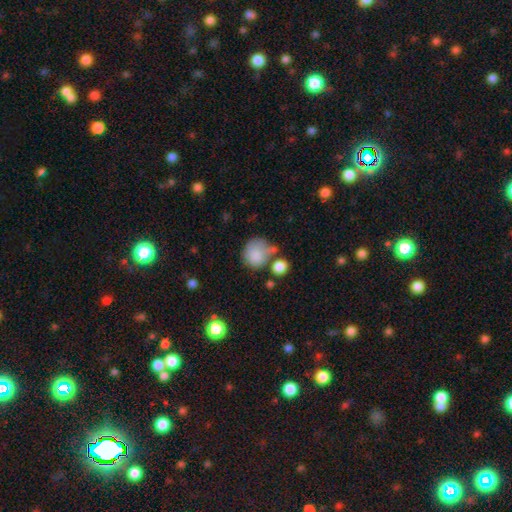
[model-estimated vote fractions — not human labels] A smooth galaxy with no disk features (81%) that is round (78%). Merging: none (44%).